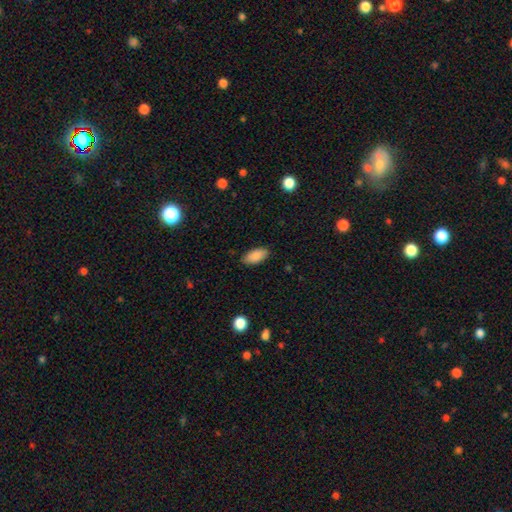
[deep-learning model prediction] Q: Smooth or featured?
A: smooth (88%); runner-up: star or artifact (7%)
Q: How rounded?
A: in between (91%); runner-up: cigar-shaped (6%)
Q: Merging?
A: none (87%); runner-up: minor disturbance (10%)